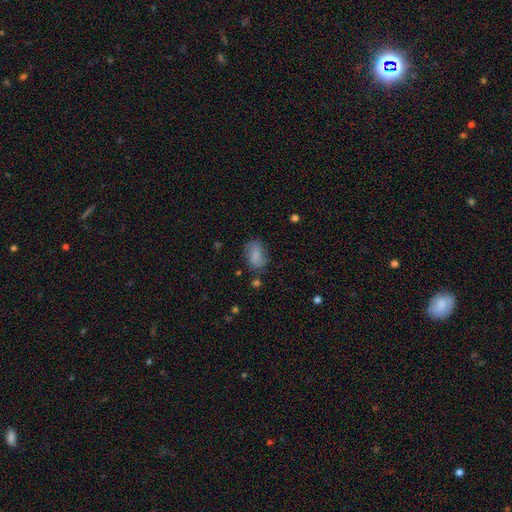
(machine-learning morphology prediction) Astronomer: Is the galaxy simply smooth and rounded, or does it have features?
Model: smooth — 73%.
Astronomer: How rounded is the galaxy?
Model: in between — 86%.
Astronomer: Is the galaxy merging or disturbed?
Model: none — 69%.